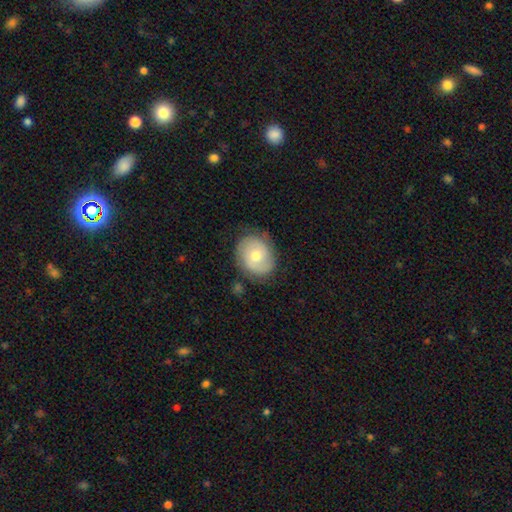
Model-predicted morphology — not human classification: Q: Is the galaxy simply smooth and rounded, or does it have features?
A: smooth — 48%.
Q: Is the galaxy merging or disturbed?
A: none — 77%.